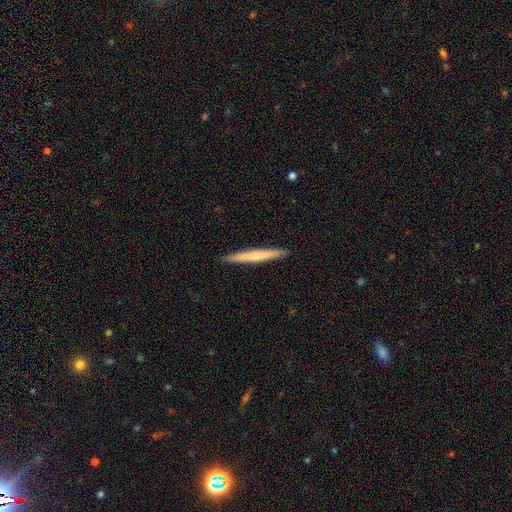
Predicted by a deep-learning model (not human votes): Smooth or featured: smooth — 57% (featured or disk — 38%)
How rounded: cigar-shaped — 97% (in between — 2%)
Merging: none — 93% (minor disturbance — 5%)